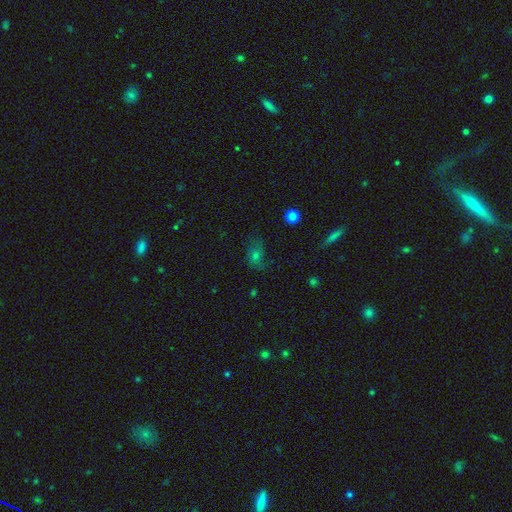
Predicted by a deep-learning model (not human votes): Morphology: type=smooth (44%); merging=none (57%).